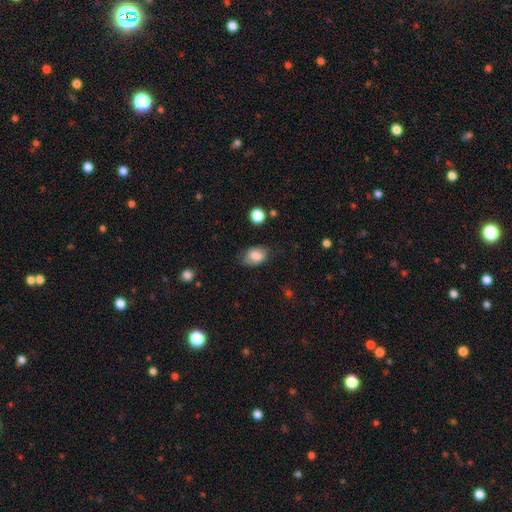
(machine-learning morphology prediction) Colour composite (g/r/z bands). It shows a smooth galaxy with no disk features (79%) that is in between round and cigar-shaped (82%). Merging: none (69%).